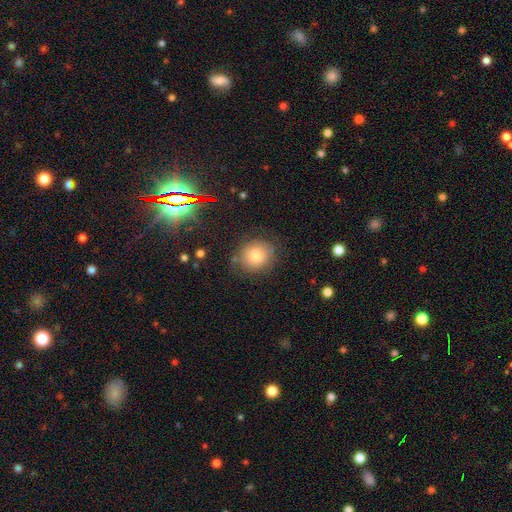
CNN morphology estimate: type=smooth (76%); roundness=round (82%); merging=none (79%).